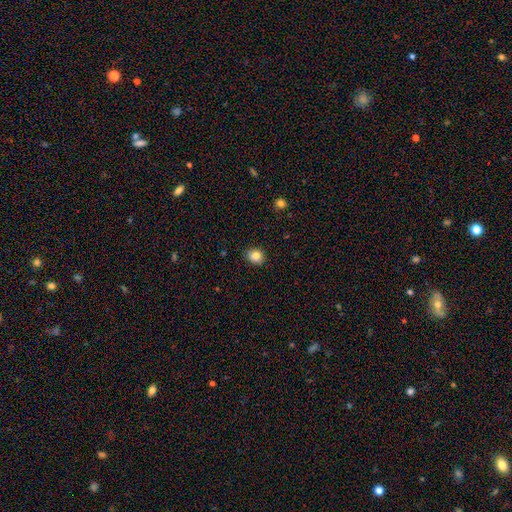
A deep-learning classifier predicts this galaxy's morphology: A smooth galaxy with no disk features (84%) that is round (60%). Merging: none (87%).